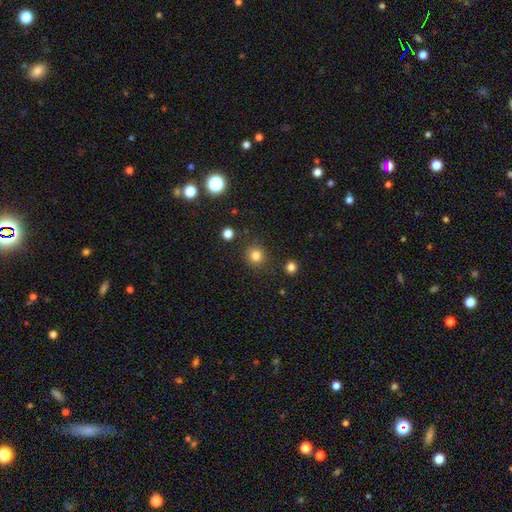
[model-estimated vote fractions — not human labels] Morphology: type=smooth (82%); roundness=round (92%); merging=none (88%).